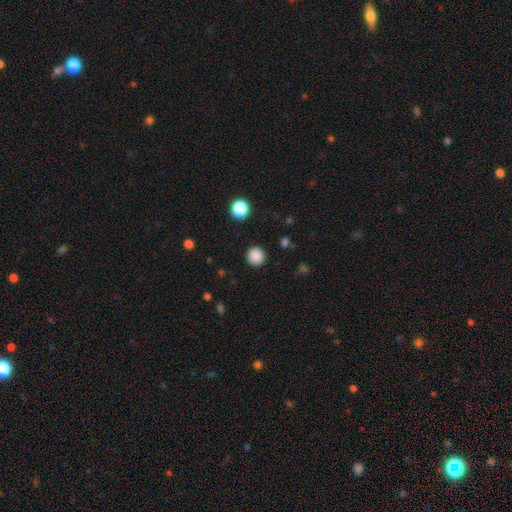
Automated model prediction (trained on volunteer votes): A smooth galaxy with no disk features (87%) that is round (94%). Merging: none (91%).